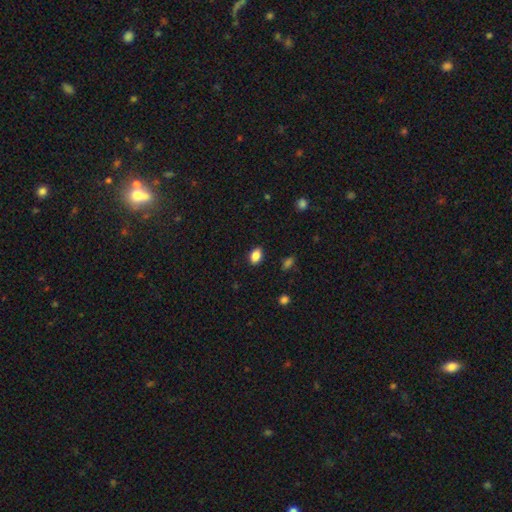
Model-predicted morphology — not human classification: This is clearly a smooth galaxy (87%). How rounded: clearly in between (81%). Merging: clearly none (87%).